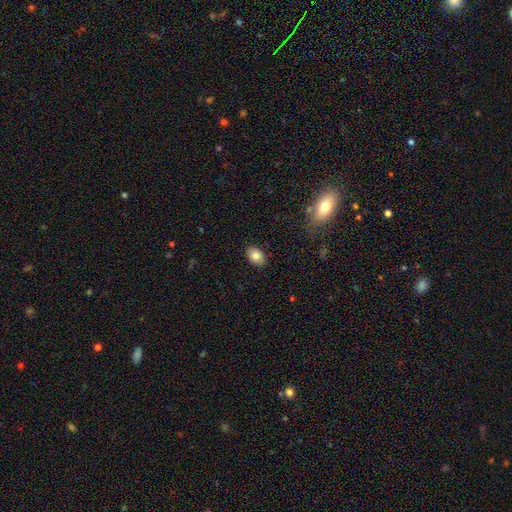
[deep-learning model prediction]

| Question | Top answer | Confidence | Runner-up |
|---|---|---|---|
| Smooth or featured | smooth | 82% | featured or disk (9%) |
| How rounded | in between | 83% | round (16%) |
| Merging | none | 88% | minor disturbance (9%) |